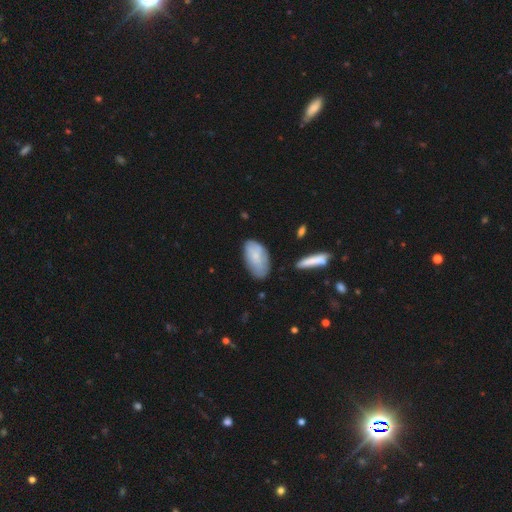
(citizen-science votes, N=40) Smooth or featured: smooth — 65% (featured or disk — 30%)
How rounded: in between — 85% (cigar-shaped — 12%)
Merging: minor disturbance — 39% (none — 32%)